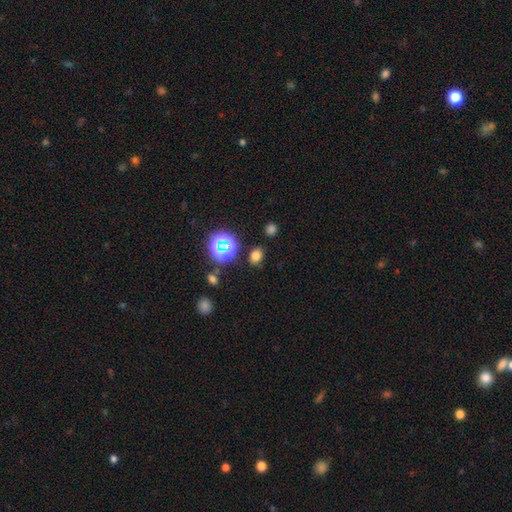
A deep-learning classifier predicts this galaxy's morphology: This appears to be a smooth galaxy with no disk features (70%) that is in between round and cigar-shaped (64%). Merging: none (83%).